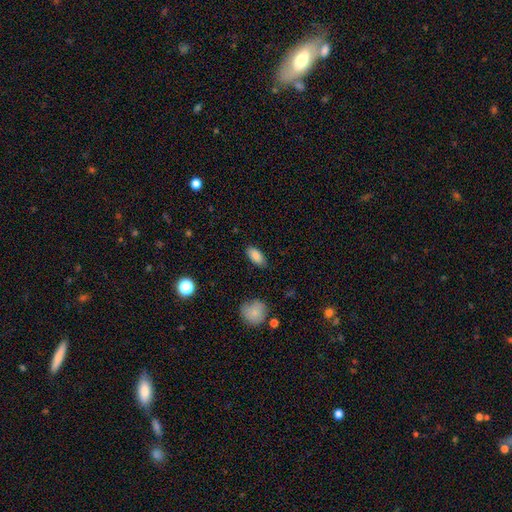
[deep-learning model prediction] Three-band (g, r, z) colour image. It shows a smooth galaxy with no disk features (86%) that is in between round and cigar-shaped (90%). Merging: none (84%).